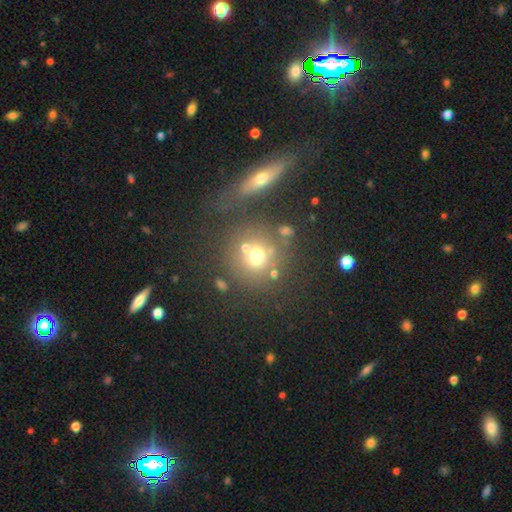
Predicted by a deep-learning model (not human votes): Smooth or featured?
  - smooth: 65% *
  - star or artifact: 20%
  - featured or disk: 16%
How rounded?
  - round: 89% *
  - in between: 10%
  - cigar-shaped: 1%
Merging?
  - none: 64% *
  - merger: 16%
  - minor disturbance: 12%
  - major disturbance: 8%